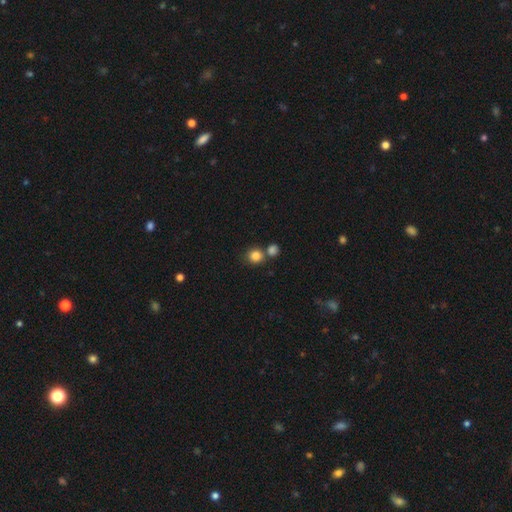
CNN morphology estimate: Overall: smooth (83%). How rounded: round (87%). Merging: none (64%; merger 25%).